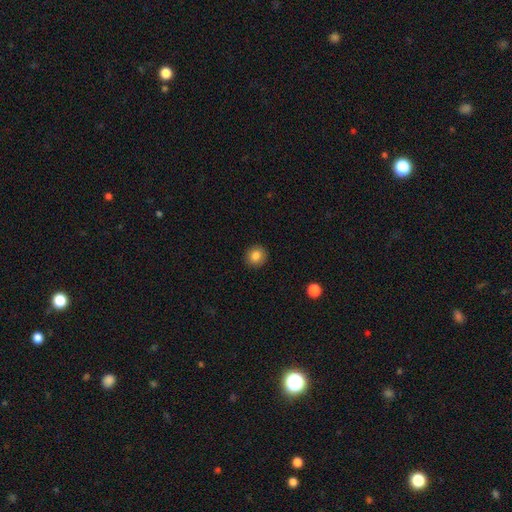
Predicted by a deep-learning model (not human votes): Smooth or featured? Predicted: smooth (p=0.84). How rounded? Predicted: round (p=0.87). Merging? Predicted: none (p=0.92).